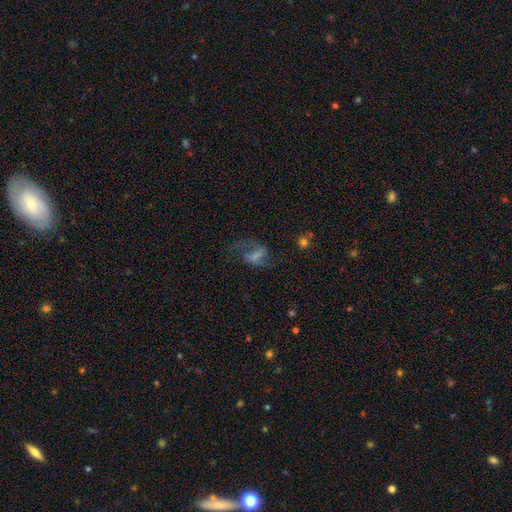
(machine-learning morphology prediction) Smooth or featured? Predicted: featured or disk (p=0.58). Edge-on disk? Predicted: no (p=0.96). Bar? Predicted: weak (p=0.39). Spiral arms? Predicted: yes (p=0.74). Bulge size? Predicted: none (p=0.47). Merging? Predicted: none (p=0.47).